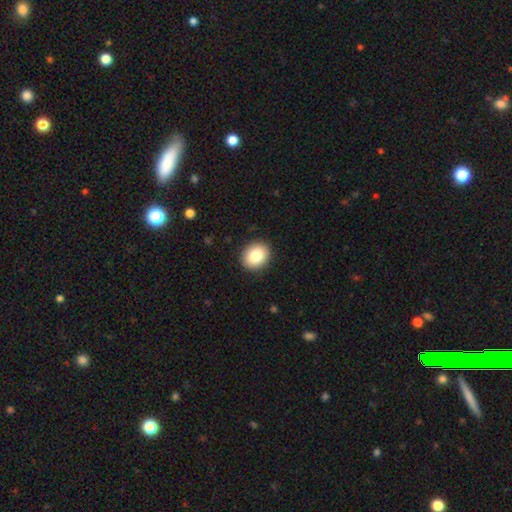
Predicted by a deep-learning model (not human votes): Smooth or featured? smooth (83%)
How rounded? round (60%)
Merging? none (91%)